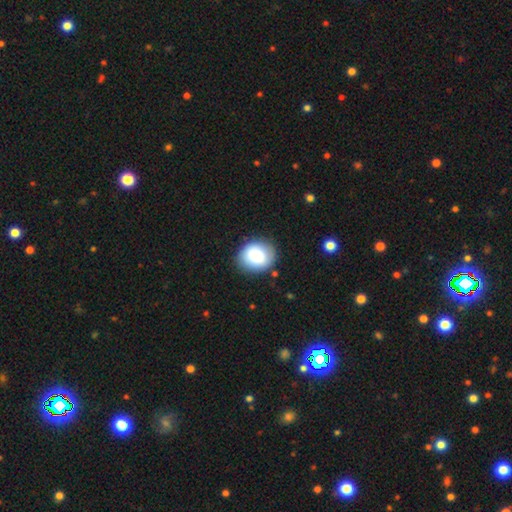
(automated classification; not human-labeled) Overall: smooth (83%). How rounded: round (59%; in between 40%). Merging: none (82%).